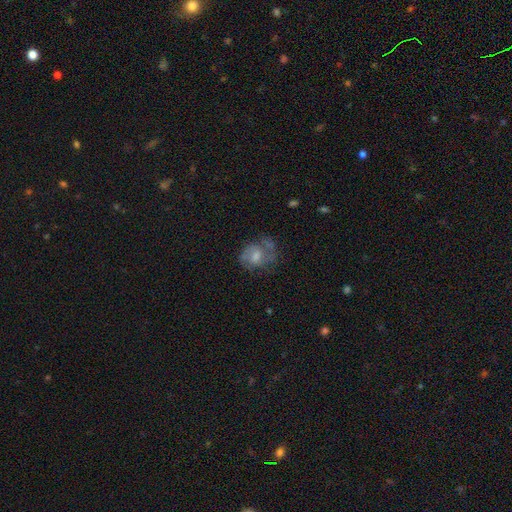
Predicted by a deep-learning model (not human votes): This is likely a featured or disk galaxy (65%). It is clearly not viewed edge-on (97%). Bar: possibly no (54%). Spiral arm pattern: clearly yes (84%). Spiral arm count: possibly 2 (53%). Spiral winding: possibly medium (49%). Central bulge: possibly moderate (48%). Merging: likely none (62%).